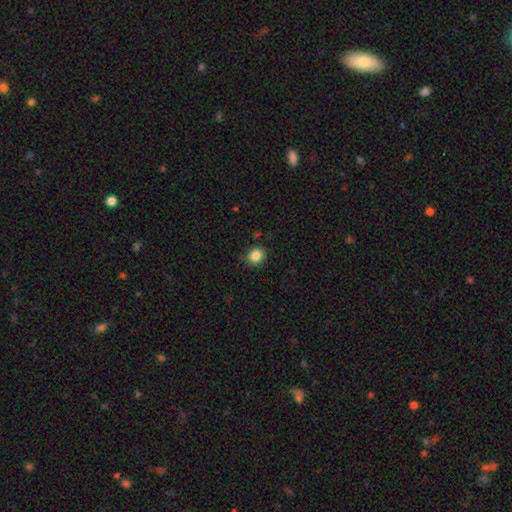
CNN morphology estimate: This appears to be a smooth galaxy with no disk features (84%) that is round (84%). Merging: none (86%).